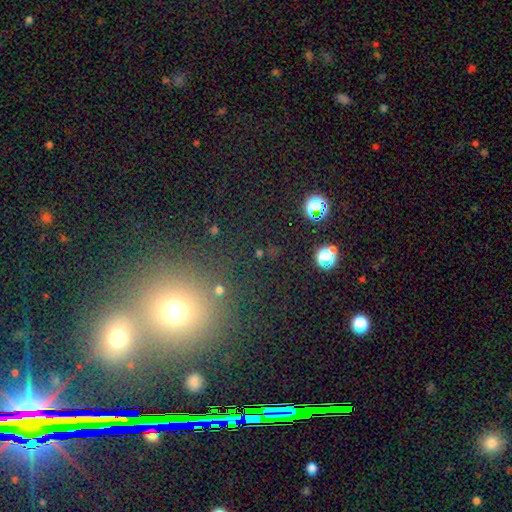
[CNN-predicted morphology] type=star or artifact (50%).